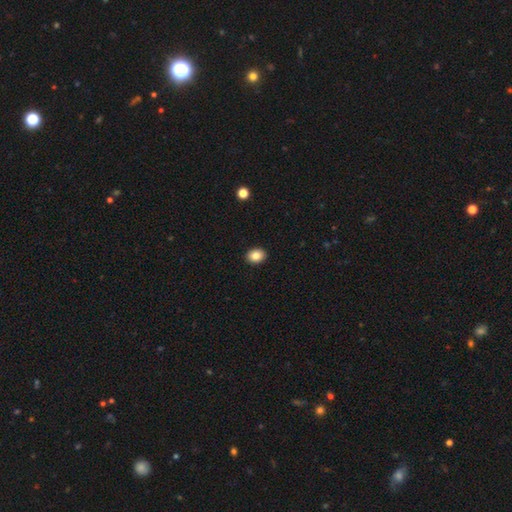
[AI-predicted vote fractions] smooth 85%, star or artifact 9%, featured or disk 6%. Down the decision tree: how rounded — in between (56%); merging — none (92%).